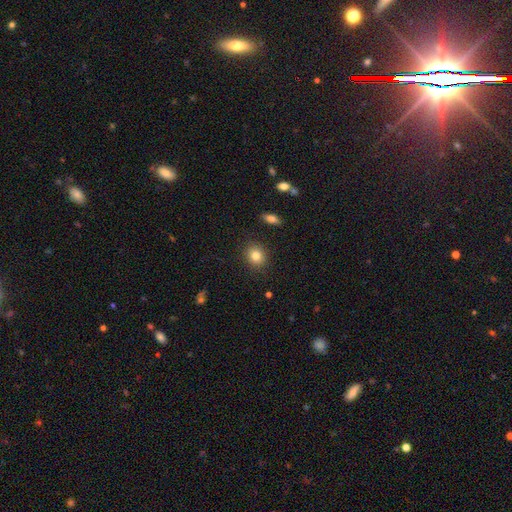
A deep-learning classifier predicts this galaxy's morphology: This is clearly a smooth galaxy (82%). How rounded: likely round (70%). Merging: clearly none (89%).